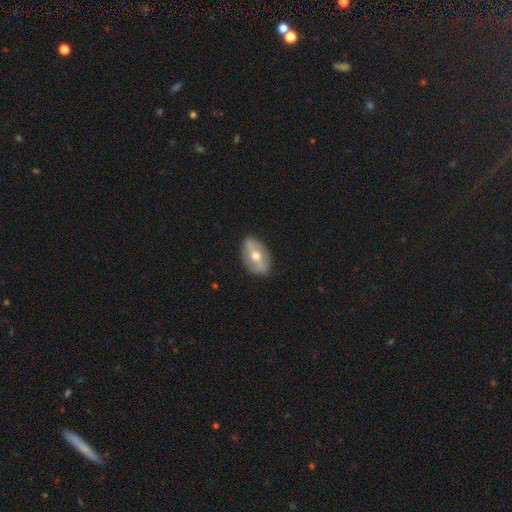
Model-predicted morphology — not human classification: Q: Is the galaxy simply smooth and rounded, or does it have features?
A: featured or disk — 58%.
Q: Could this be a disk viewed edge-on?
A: no — 84%.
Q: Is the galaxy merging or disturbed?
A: none — 85%.